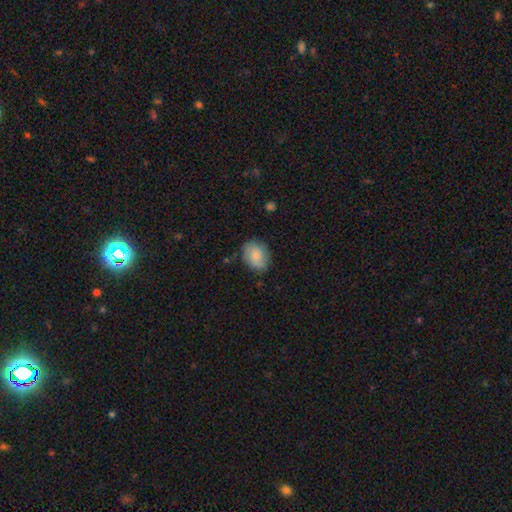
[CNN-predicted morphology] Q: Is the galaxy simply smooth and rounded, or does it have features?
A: smooth — 80%.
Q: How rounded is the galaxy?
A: in between — 62%.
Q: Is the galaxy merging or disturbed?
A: none — 77%.